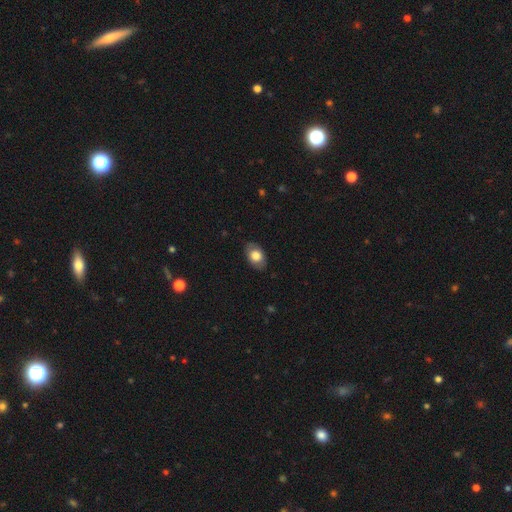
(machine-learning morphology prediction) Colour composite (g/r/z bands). It shows a smooth galaxy with no disk features (76%) that is in between round and cigar-shaped (87%). Merging: none (83%).